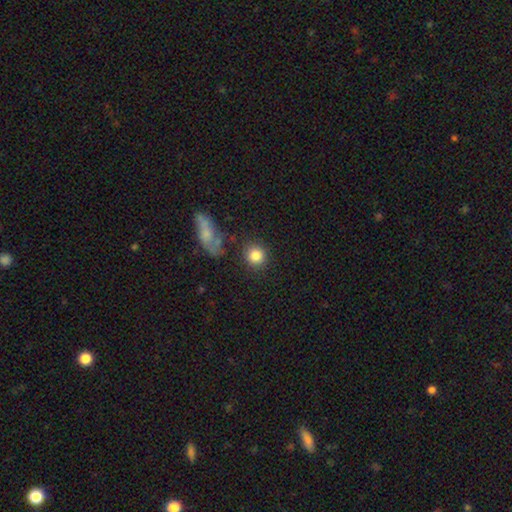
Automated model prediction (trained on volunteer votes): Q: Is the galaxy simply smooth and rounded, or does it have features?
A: smooth — 84%.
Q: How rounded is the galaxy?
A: round — 89%.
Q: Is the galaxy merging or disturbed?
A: none — 82%.